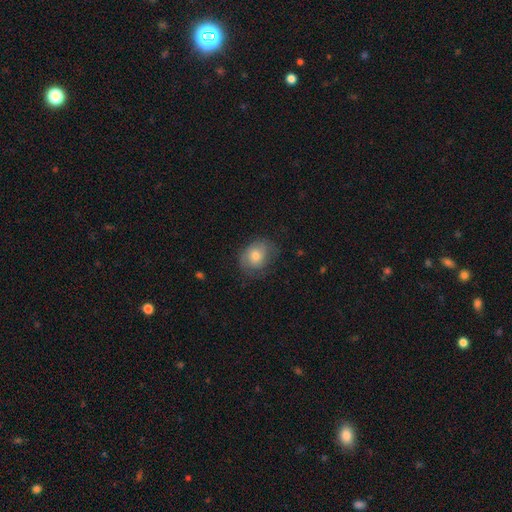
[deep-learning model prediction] Smooth or featured?
  - smooth: 65% *
  - featured or disk: 27%
  - star or artifact: 8%
How rounded?
  - round: 52% *
  - in between: 47%
  - cigar-shaped: 1%
Merging?
  - none: 65% *
  - minor disturbance: 24%
  - major disturbance: 10%
  - merger: 1%